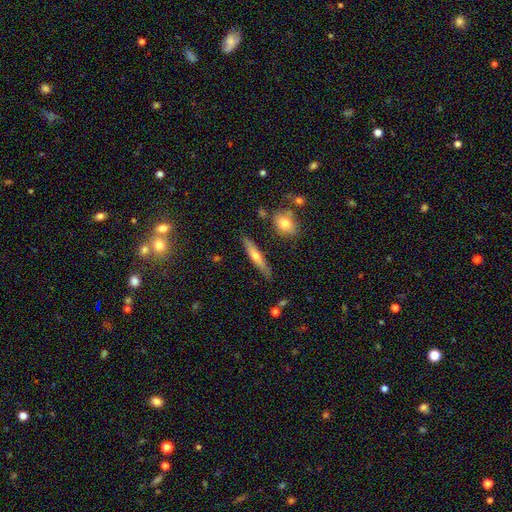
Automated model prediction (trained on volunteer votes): A smooth galaxy with no disk features (51%) that is cigar-shaped (87%).

Vote fractions:
- Smooth or featured? smooth: 51% / featured or disk: 42% / star or artifact: 7%
- How rounded? cigar-shaped: 87% / in between: 11% / round: 2%
- Merging? none: 85% / minor disturbance: 10% / merger: 3% / major disturbance: 2%